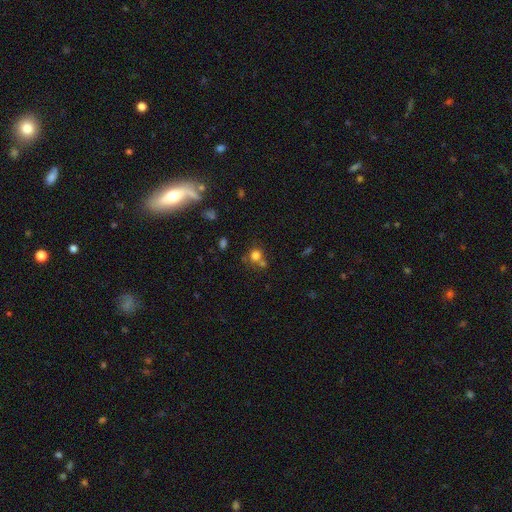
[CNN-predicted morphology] This is likely a smooth galaxy (74%). How rounded: clearly round (82%). Merging: possibly none (55%).